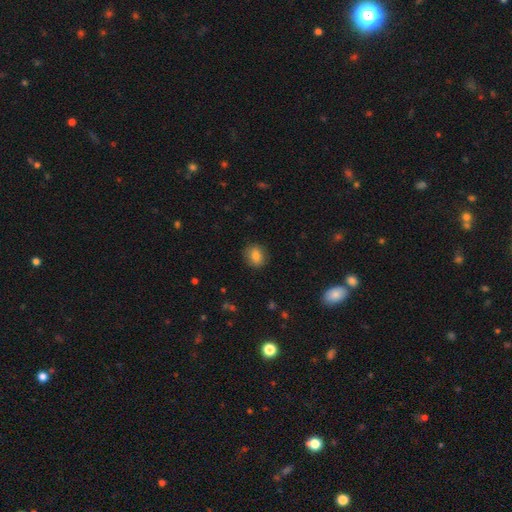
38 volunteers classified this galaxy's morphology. type=smooth (87%); roundness=round (85%); merging=none (94%).